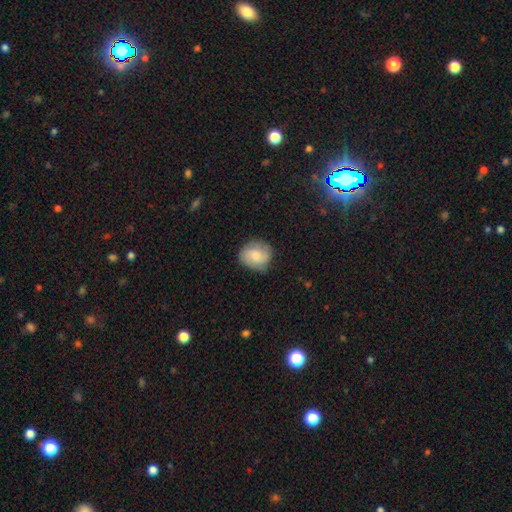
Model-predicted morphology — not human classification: Smooth or featured?
  - smooth: 67% *
  - featured or disk: 26%
  - star or artifact: 7%
How rounded?
  - round: 78% *
  - in between: 21%
  - cigar-shaped: 1%
Merging?
  - none: 79% *
  - minor disturbance: 16%
  - major disturbance: 4%
  - merger: 1%